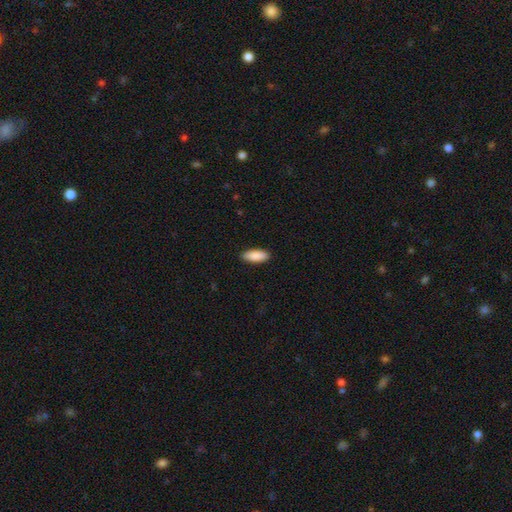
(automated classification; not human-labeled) Smooth or featured?
  - smooth: 89% *
  - star or artifact: 5%
  - featured or disk: 5%
How rounded?
  - in between: 79% *
  - cigar-shaped: 19%
  - round: 2%
Merging?
  - none: 90% *
  - minor disturbance: 8%
  - major disturbance: 2%
  - merger: 1%